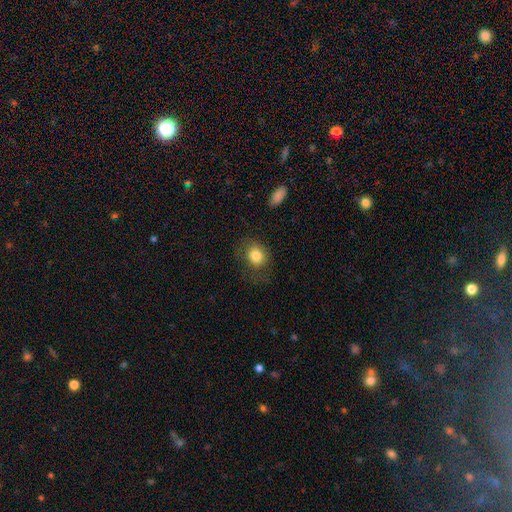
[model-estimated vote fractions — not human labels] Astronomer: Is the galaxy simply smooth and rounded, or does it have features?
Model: smooth — 82%.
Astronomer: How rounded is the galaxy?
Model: round — 61% (runner-up: in between, 38%).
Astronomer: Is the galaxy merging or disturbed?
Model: none — 64%.